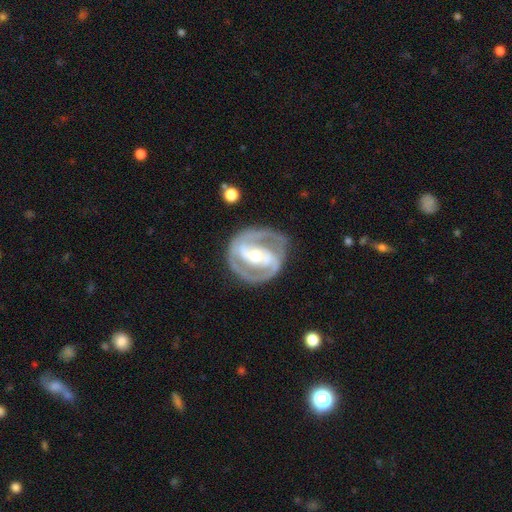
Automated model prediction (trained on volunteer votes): This appears to be a featured or disk galaxy (88%) with a strong bar (50%), 2 (88%) tight (48%) spiral arms (89%) and a moderate central bulge (65%). Merging: none (80%).